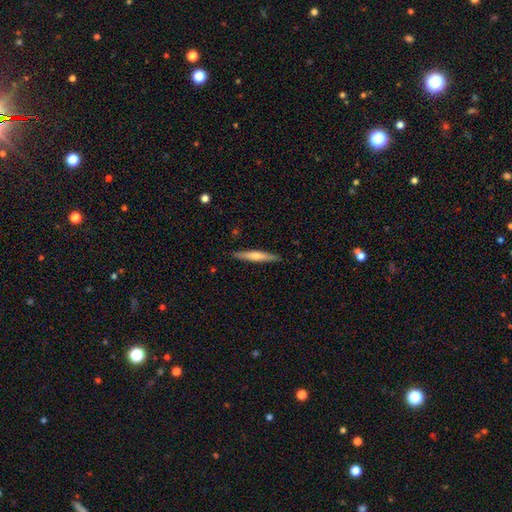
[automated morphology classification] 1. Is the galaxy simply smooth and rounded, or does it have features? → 49% featured or disk, 45% smooth, 6% star or artifact.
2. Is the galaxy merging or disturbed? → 91% none, 7% minor disturbance, 1% major disturbance, 1% merger.